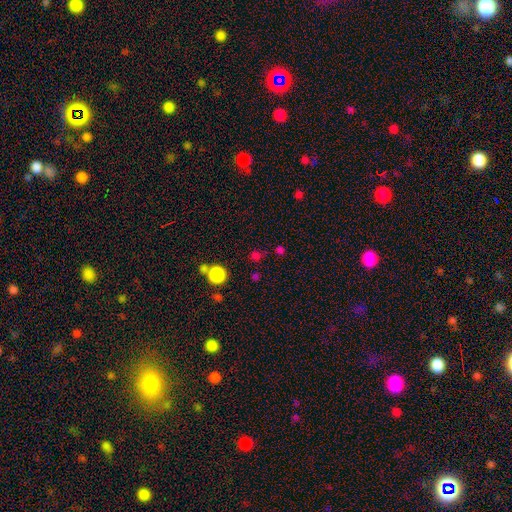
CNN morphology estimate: This appears to be a smooth galaxy with no disk features (71%) that is round (87%). Merging: none (69%).